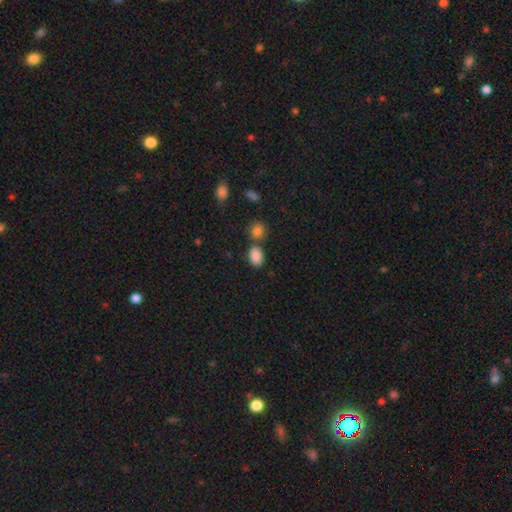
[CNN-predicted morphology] Smooth or featured: smooth — 87% (star or artifact — 9%)
How rounded: in between — 83% (round — 16%)
Merging: none — 63% (merger — 21%)